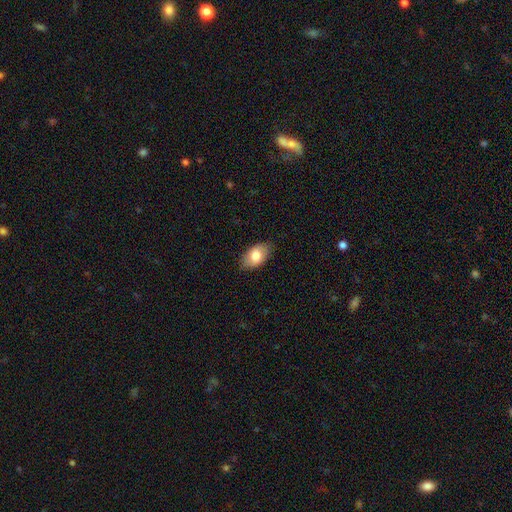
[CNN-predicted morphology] Smooth or featured? Predicted: smooth (p=0.80). How rounded? Predicted: in between (p=0.92). Merging? Predicted: none (p=0.83).